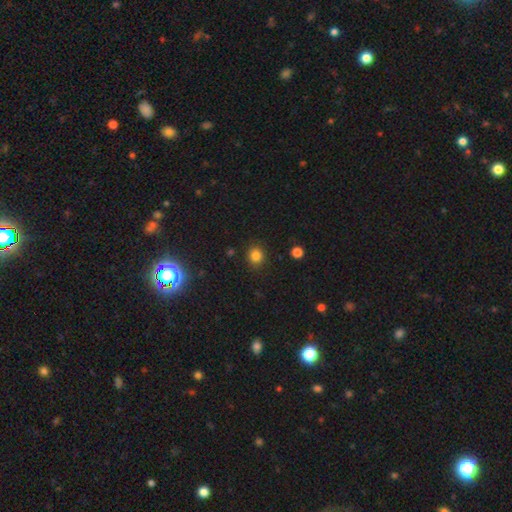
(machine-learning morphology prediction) This is clearly a smooth galaxy (82%). How rounded: clearly round (83%). Merging: clearly none (89%).